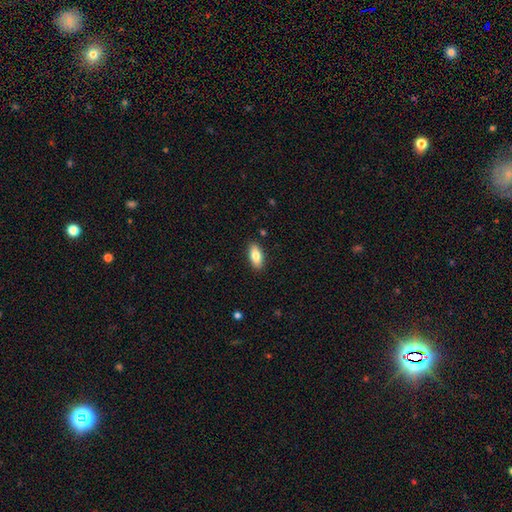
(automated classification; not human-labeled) Smooth or featured? Predicted: smooth (p=0.80). How rounded? Predicted: in between (p=0.84). Merging? Predicted: none (p=0.89).